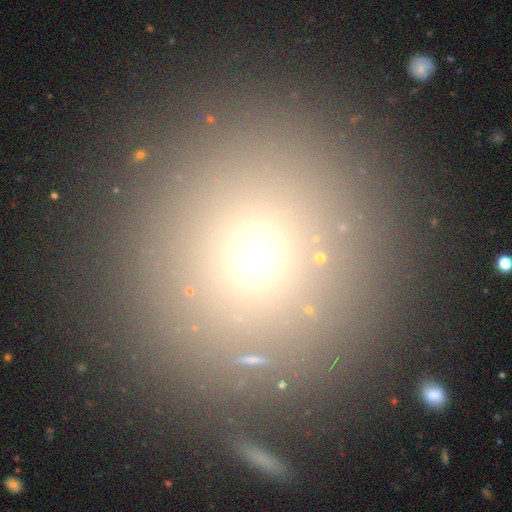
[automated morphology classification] Q: Smooth or featured?
A: smooth (66%); runner-up: star or artifact (24%)
Q: How rounded?
A: round (94%); runner-up: in between (5%)
Q: Merging?
A: none (86%); runner-up: minor disturbance (6%)